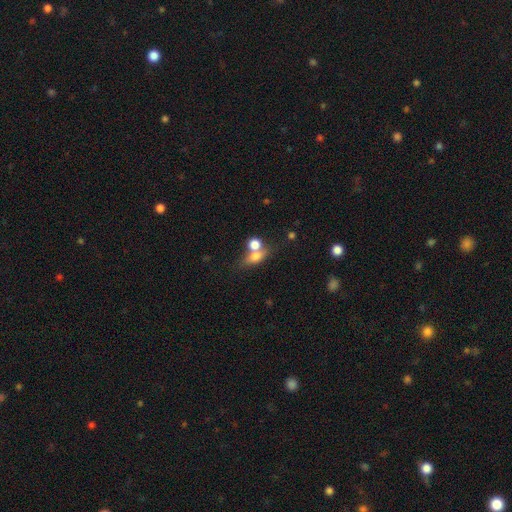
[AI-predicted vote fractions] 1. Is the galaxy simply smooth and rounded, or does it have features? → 67% smooth, 21% featured or disk, 12% star or artifact.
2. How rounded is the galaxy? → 54% in between, 29% round, 16% cigar-shaped.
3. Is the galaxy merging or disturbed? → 41% none, 40% merger, 12% minor disturbance, 7% major disturbance.